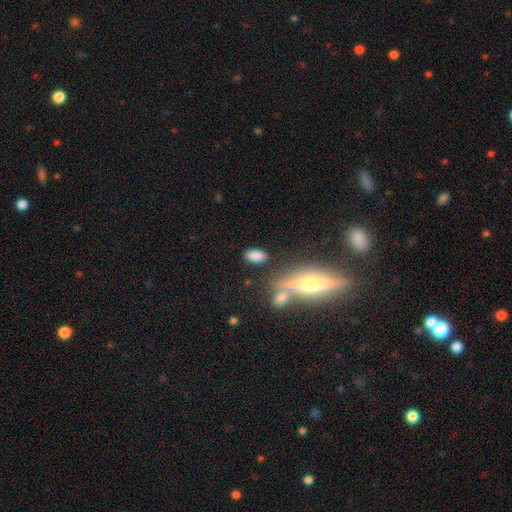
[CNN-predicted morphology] Overall: smooth (80%). How rounded: in between (87%). Merging: none (77%).